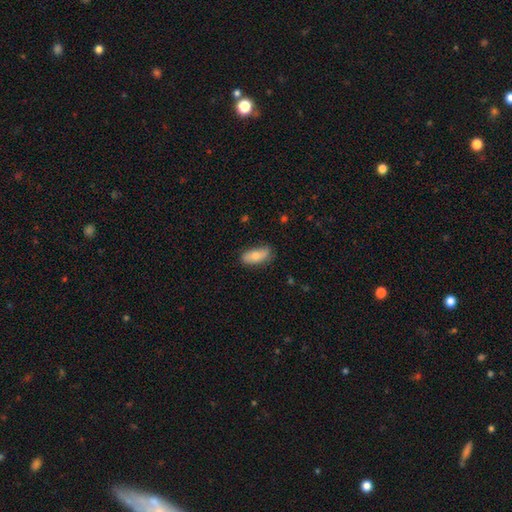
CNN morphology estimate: Smooth or featured: smooth — 72% (featured or disk — 21%)
How rounded: in between — 84% (cigar-shaped — 13%)
Merging: none — 75% (minor disturbance — 20%)